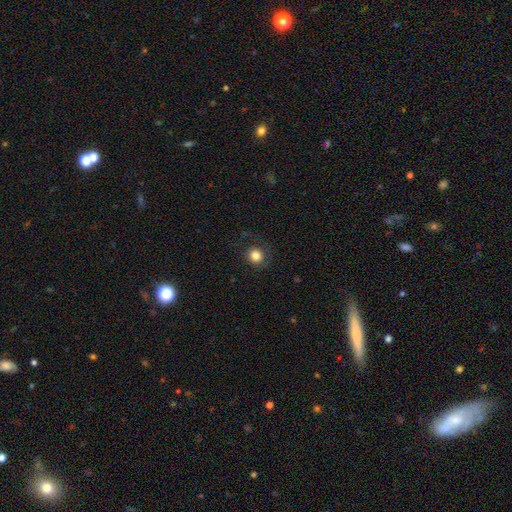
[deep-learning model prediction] The model was most divided on "merging": none: 81%, minor disturbance: 11%, major disturbance: 7%, merger: 1%. More confident: how rounded — round (86%); smooth or featured — smooth (82%).